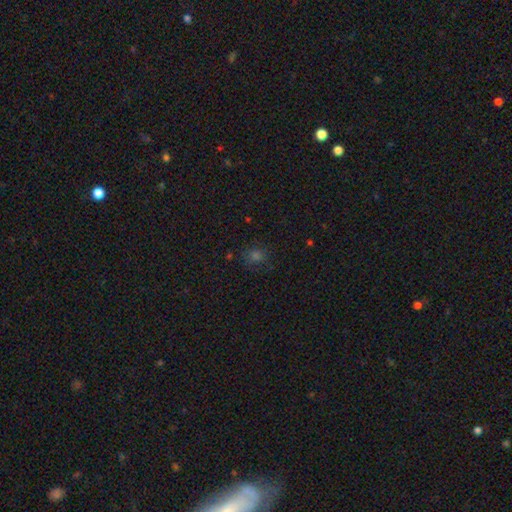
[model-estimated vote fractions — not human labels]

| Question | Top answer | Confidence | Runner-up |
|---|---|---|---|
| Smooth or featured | smooth | 59% | star or artifact (33%) |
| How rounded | round | 79% | in between (20%) |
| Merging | none | 81% | minor disturbance (12%) |